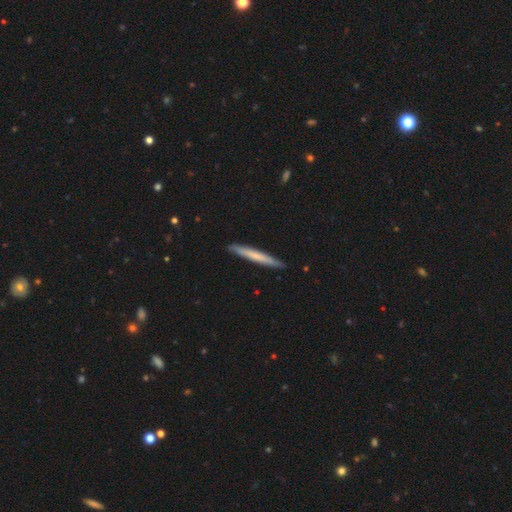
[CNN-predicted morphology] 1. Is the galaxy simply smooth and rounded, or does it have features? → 62% smooth, 33% featured or disk, 5% star or artifact.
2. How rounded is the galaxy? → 97% cigar-shaped, 2% in between, 1% round.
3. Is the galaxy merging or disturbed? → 90% none, 8% minor disturbance, 1% major disturbance, 1% merger.